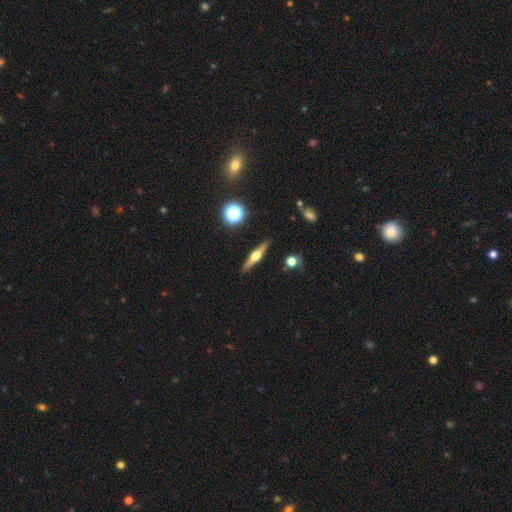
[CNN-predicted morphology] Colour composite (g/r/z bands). It shows a featured or disk galaxy (70%) viewed edge-on (97%) with a rounded central bulge (95%). Merging: none (90%).